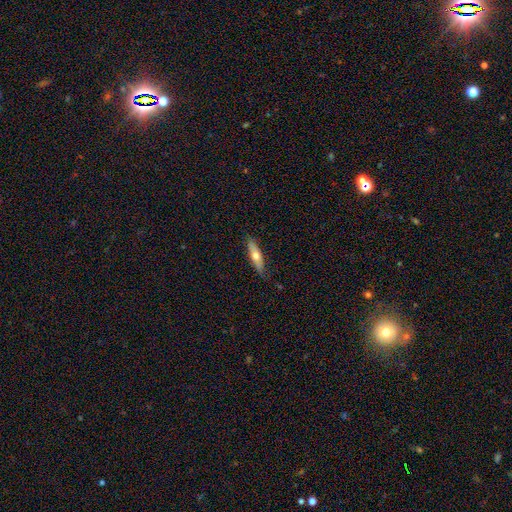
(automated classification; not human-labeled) smooth-or-featured: smooth: 54% | featured or disk: 40% | star or artifact: 6%
  how-rounded: cigar-shaped: 67% | in between: 31% | round: 2%
  merging: none: 82% | minor disturbance: 15% | major disturbance: 2% | merger: 1%